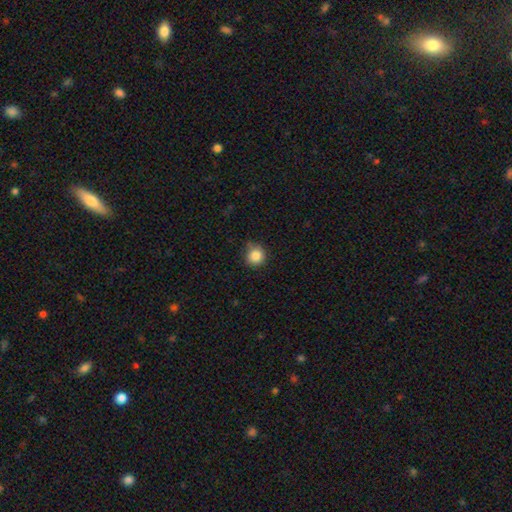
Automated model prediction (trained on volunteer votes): smooth-or-featured: smooth: 86% | star or artifact: 10% | featured or disk: 4%
  how-rounded: round: 93% | in between: 6% | cigar-shaped: 1%
  merging: none: 81% | minor disturbance: 14% | major disturbance: 3% | merger: 2%